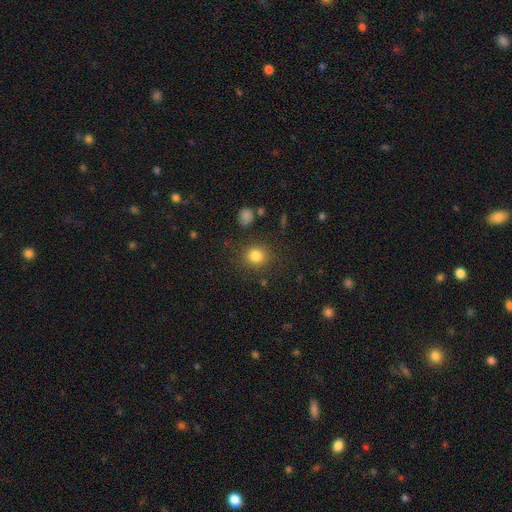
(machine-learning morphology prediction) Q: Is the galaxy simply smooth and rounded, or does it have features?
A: smooth — 82%.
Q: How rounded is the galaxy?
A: round — 89%.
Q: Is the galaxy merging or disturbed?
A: none — 85%.